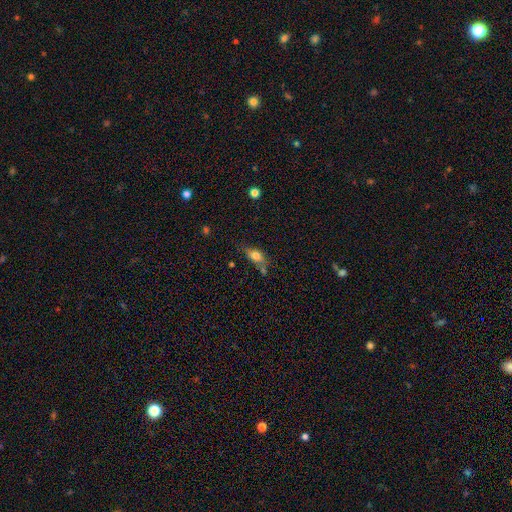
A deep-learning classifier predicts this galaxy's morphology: A smooth galaxy with no disk features (70%) that is in between round and cigar-shaped (75%).

Vote fractions:
- Smooth or featured? smooth: 70% / featured or disk: 20% / star or artifact: 10%
- How rounded? in between: 75% / round: 14% / cigar-shaped: 11%
- Merging? none: 50% / minor disturbance: 26% / merger: 14% / major disturbance: 10%